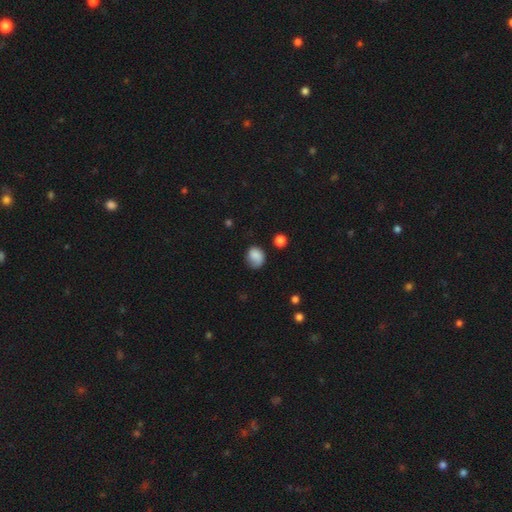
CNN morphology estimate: Smooth or featured: smooth — 81% (featured or disk — 10%)
How rounded: round — 62% (in between — 37%)
Merging: none — 57% (minor disturbance — 29%)